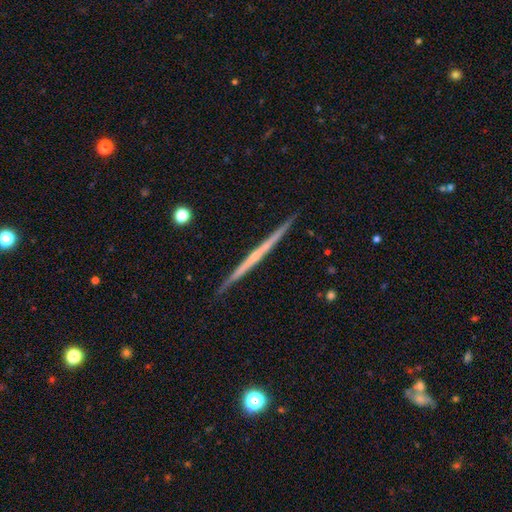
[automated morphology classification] This appears to be a featured or disk galaxy (75%) viewed edge-on (98%) with no central bulge (64%). Merging: none (92%).